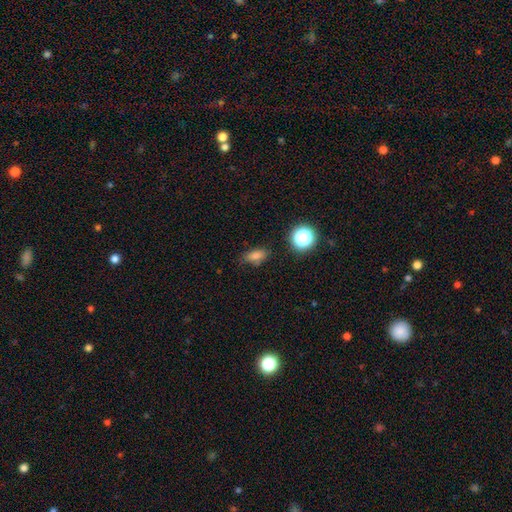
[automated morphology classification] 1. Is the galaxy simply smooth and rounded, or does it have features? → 79% smooth, 15% star or artifact, 6% featured or disk.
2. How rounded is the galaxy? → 77% in between, 14% round, 9% cigar-shaped.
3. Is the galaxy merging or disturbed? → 74% none, 19% minor disturbance, 4% major disturbance, 3% merger.